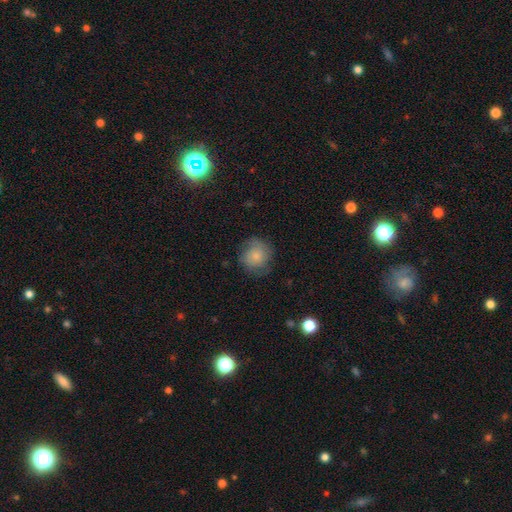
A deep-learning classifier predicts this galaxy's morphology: This appears to be a smooth galaxy with no disk features (71%) that is round (88%). Merging: none (71%).